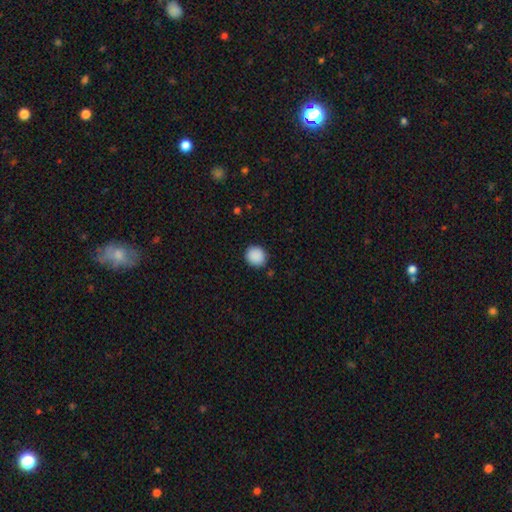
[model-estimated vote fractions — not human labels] smooth 90%, star or artifact 8%, featured or disk 2%. Down the decision tree: how rounded — round (87%); merging — none (89%).